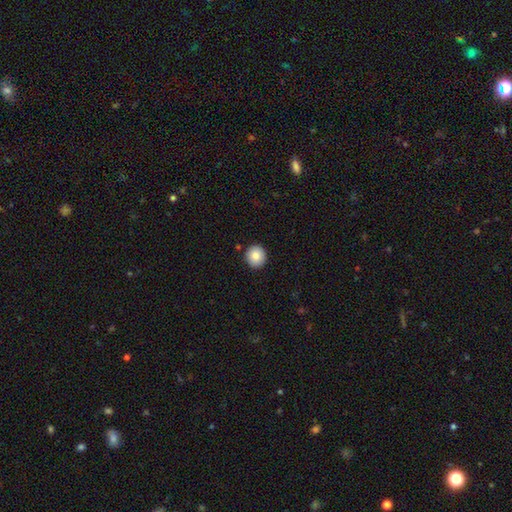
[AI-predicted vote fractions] Smooth or featured? smooth (84%)
How rounded? round (93%)
Merging? none (92%)